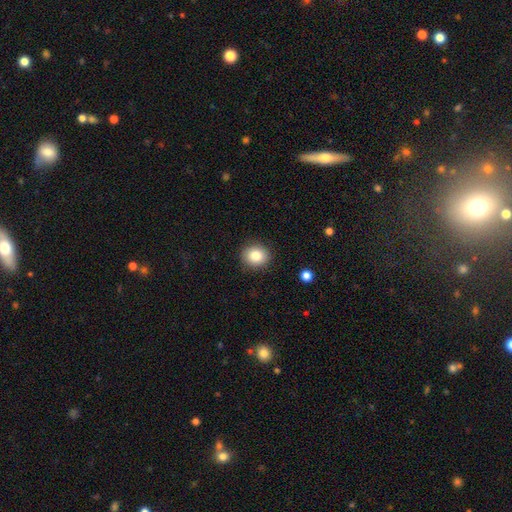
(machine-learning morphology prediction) The model was most divided on "how rounded": round: 80%, in between: 19%, cigar-shaped: 1%. More confident: merging — none (89%); smooth or featured — smooth (84%).